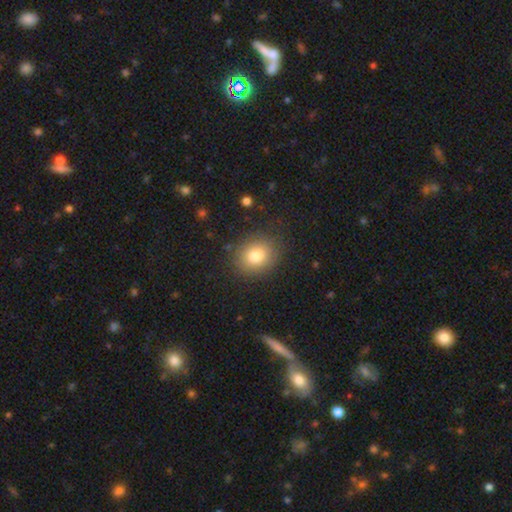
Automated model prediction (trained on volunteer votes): This is clearly a smooth galaxy (80%). How rounded: likely round (62%). Merging: clearly none (84%).